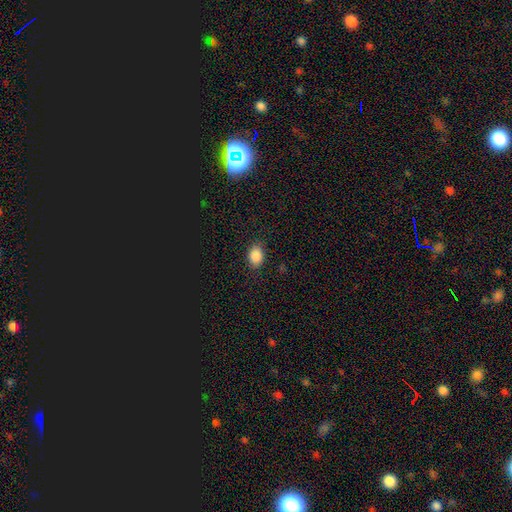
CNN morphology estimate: A smooth galaxy with no disk features (87%) that is in between round and cigar-shaped (71%).

Vote fractions:
- Smooth or featured? smooth: 87% / star or artifact: 9% / featured or disk: 4%
- How rounded? in between: 71% / round: 28% / cigar-shaped: 1%
- Merging? none: 85% / minor disturbance: 11% / major disturbance: 3% / merger: 1%